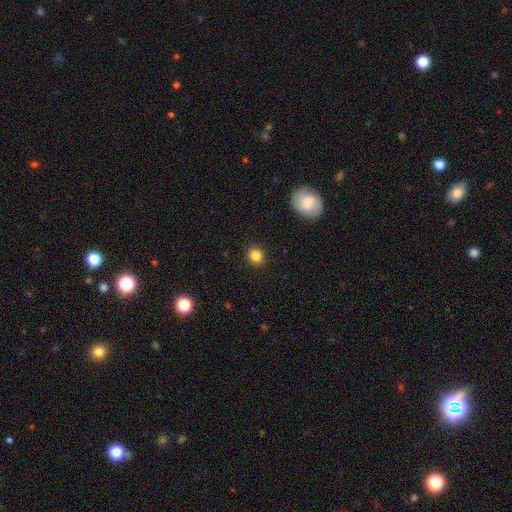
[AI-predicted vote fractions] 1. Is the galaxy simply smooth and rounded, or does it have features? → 85% smooth, 11% star or artifact, 4% featured or disk.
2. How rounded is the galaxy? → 81% round, 18% in between, 1% cigar-shaped.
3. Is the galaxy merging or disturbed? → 91% none, 6% minor disturbance, 2% major disturbance, 1% merger.